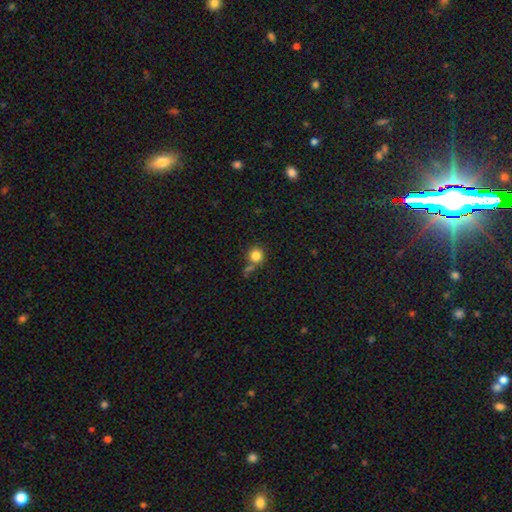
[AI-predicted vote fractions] smooth-or-featured: smooth: 82% | star or artifact: 11% | featured or disk: 6%
  how-rounded: round: 91% | in between: 8% | cigar-shaped: 1%
  merging: none: 65% | merger: 17% | minor disturbance: 13% | major disturbance: 5%